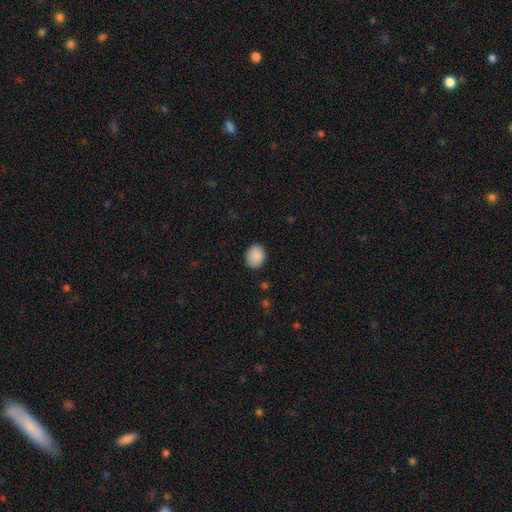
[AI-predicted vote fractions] Smooth or featured: smooth — 89% (star or artifact — 8%)
How rounded: round — 61% (in between — 39%)
Merging: none — 86% (minor disturbance — 11%)